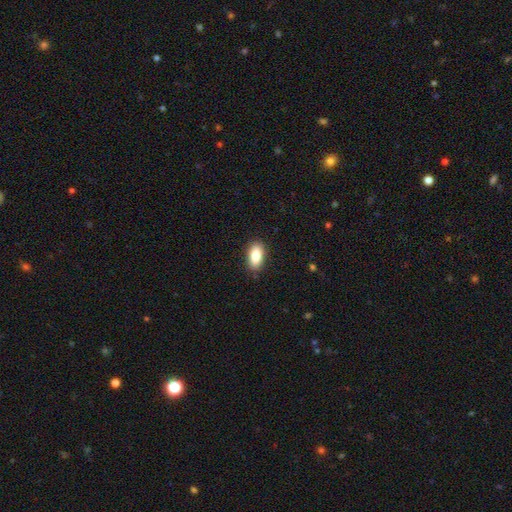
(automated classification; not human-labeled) Overall: smooth (83%). How rounded: in between (90%). Merging: none (88%).